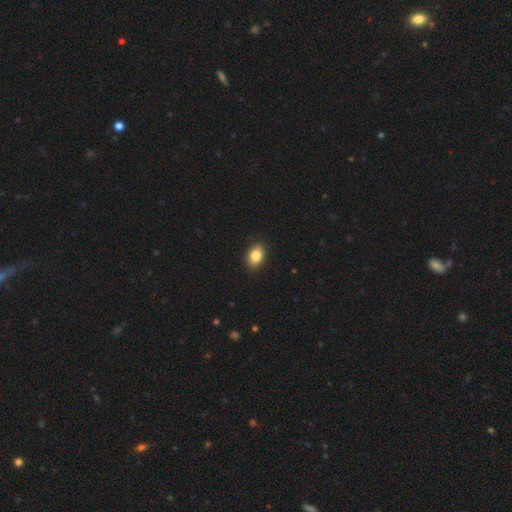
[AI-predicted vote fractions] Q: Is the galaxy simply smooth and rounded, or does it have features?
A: smooth — 85%.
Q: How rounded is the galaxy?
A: in between — 84%.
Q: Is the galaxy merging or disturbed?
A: none — 90%.